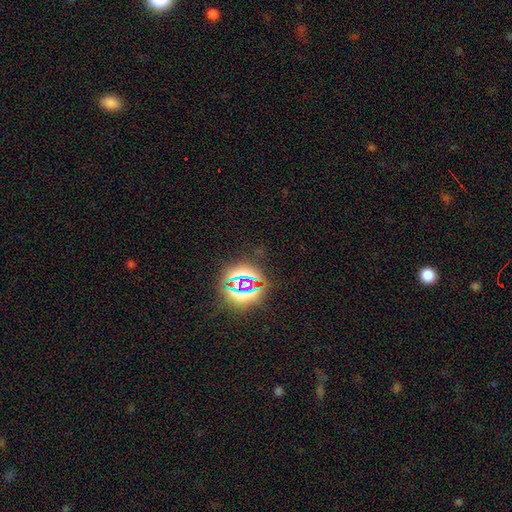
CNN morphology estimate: This is likely a star or artifact rather than a galaxy (79%).